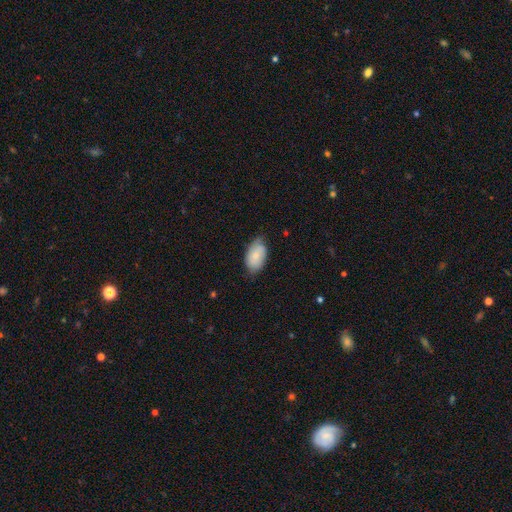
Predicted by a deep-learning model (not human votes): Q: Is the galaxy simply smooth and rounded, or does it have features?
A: smooth — 79%.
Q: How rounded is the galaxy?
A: in between — 94%.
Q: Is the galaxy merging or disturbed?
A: none — 68%.